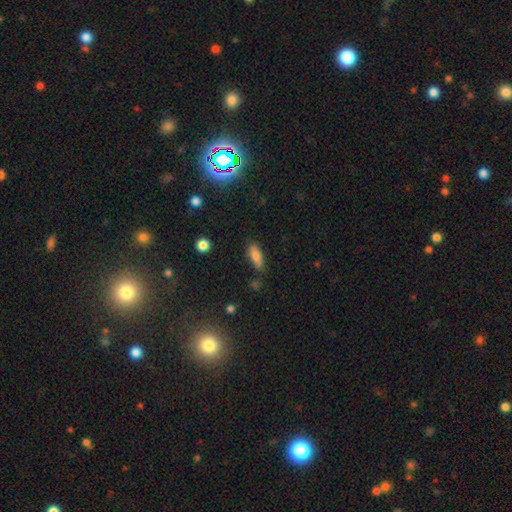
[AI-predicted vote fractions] Q: Smooth or featured?
A: smooth (80%); runner-up: featured or disk (11%)
Q: How rounded?
A: in between (66%); runner-up: cigar-shaped (31%)
Q: Merging?
A: none (76%); runner-up: minor disturbance (17%)